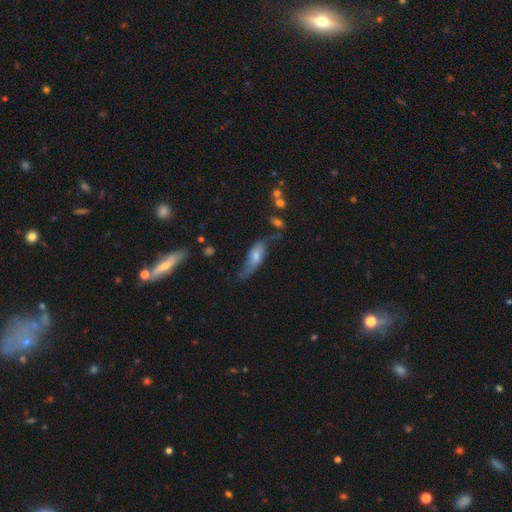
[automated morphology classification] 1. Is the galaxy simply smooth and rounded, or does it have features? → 53% smooth, 40% featured or disk, 7% star or artifact.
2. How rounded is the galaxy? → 64% in between, 33% cigar-shaped, 3% round.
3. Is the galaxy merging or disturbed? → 43% none, 34% minor disturbance, 19% major disturbance, 5% merger.